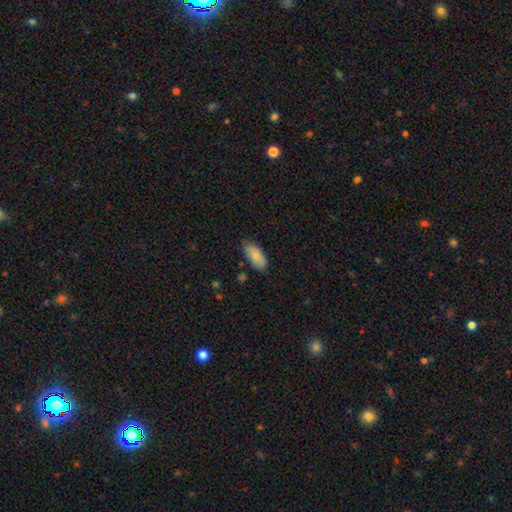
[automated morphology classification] This appears to be a smooth galaxy with no disk features (86%) that is in between round and cigar-shaped (86%). Merging: none (76%).